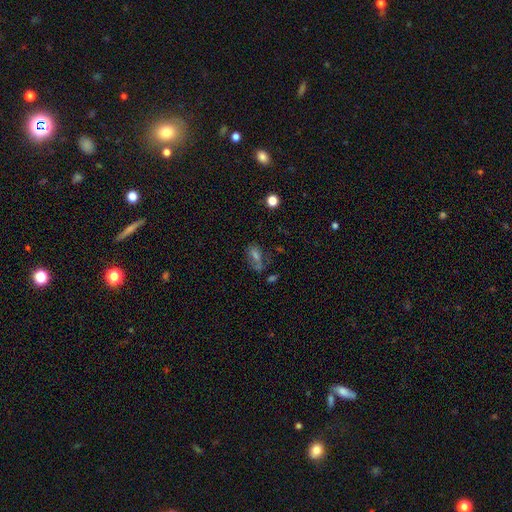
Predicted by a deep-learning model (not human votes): Smooth or featured?
  - smooth: 40% *
  - featured or disk: 33%
  - star or artifact: 26%
Merging?
  - none: 53% *
  - minor disturbance: 20%
  - major disturbance: 15%
  - merger: 12%